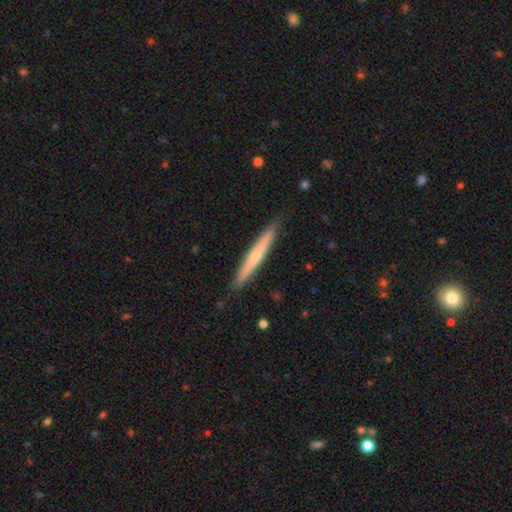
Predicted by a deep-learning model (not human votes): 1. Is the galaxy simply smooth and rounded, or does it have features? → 48% smooth, 46% featured or disk, 5% star or artifact.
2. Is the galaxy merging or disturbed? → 89% none, 9% minor disturbance, 1% major disturbance, 1% merger.